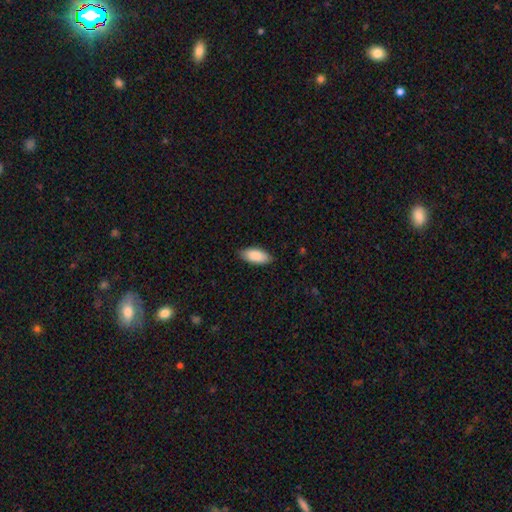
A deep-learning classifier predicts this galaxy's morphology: Smooth or featured?
  - smooth: 88% *
  - featured or disk: 7%
  - star or artifact: 5%
How rounded?
  - in between: 89% *
  - cigar-shaped: 10%
  - round: 2%
Merging?
  - none: 85% *
  - minor disturbance: 12%
  - major disturbance: 2%
  - merger: 1%